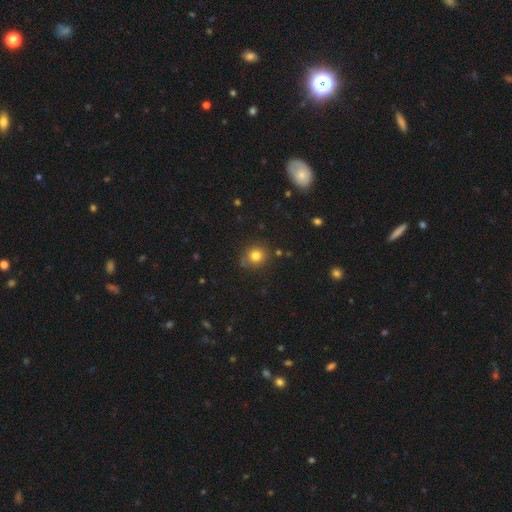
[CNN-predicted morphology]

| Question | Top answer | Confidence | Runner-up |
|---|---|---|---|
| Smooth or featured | smooth | 80% | star or artifact (13%) |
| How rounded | round | 85% | in between (14%) |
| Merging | none | 81% | minor disturbance (13%) |